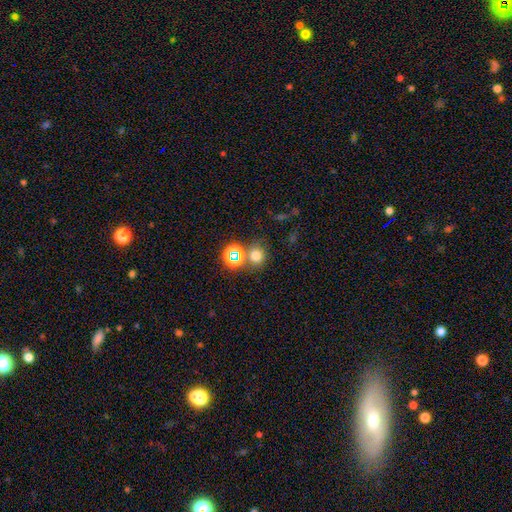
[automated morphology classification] This is likely a smooth galaxy (68%). How rounded: clearly round (83%). Merging: likely none (69%).